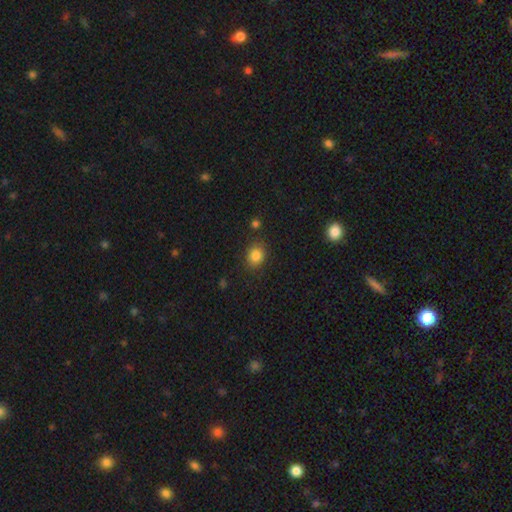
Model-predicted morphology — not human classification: A smooth galaxy with no disk features (84%) that is round (57%). Merging: none (83%).